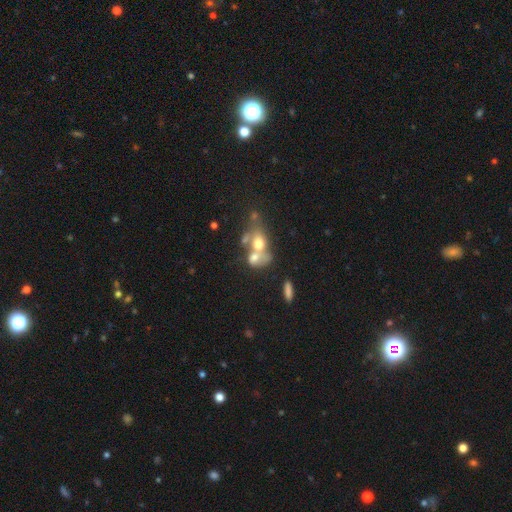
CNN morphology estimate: smooth-or-featured: smooth: 48% | featured or disk: 36% | star or artifact: 17%
  merging: merger: 61% | none: 23% | minor disturbance: 8% | major disturbance: 8%